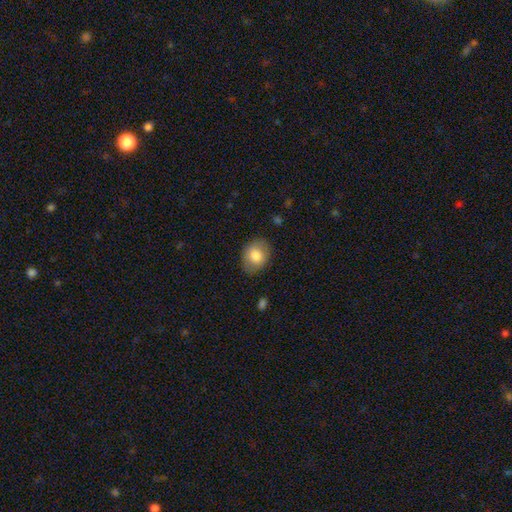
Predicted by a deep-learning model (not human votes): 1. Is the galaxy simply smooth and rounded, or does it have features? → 79% smooth, 13% featured or disk, 7% star or artifact.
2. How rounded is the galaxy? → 60% in between, 39% round, 1% cigar-shaped.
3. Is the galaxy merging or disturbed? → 83% none, 12% minor disturbance, 3% major disturbance, 1% merger.